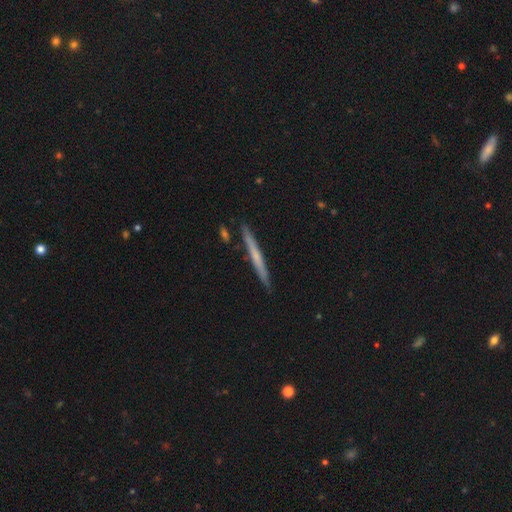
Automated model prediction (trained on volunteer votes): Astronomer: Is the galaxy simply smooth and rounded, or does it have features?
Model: featured or disk — 49% (runner-up: smooth, 46%).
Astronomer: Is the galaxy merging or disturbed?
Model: none — 88%.